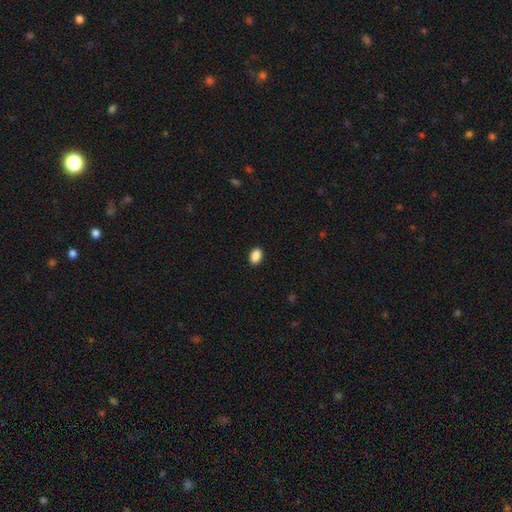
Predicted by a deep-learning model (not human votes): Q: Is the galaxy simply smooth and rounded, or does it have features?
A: smooth — 90%.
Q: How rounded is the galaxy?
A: in between — 81%.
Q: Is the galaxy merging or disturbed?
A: none — 90%.